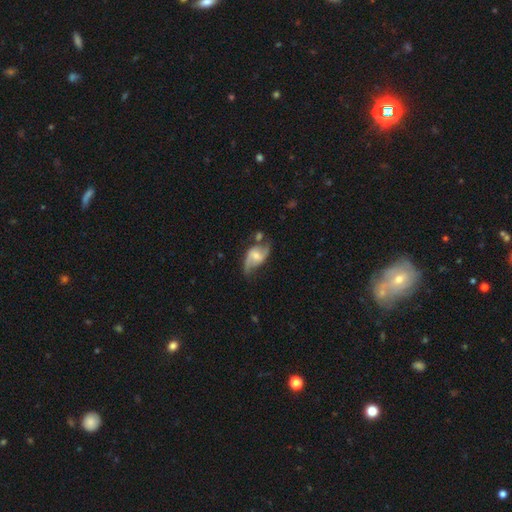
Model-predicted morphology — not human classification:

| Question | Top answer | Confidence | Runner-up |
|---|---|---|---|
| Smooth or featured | featured or disk | 73% | smooth (20%) |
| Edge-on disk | no | 96% | yes (4%) |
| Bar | no | 47% | weak (42%) |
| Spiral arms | yes | 90% | no (10%) |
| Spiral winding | loose | 61% | medium (31%) |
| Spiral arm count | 2 | 86% | 1 (6%) |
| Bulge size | moderate | 46% | small (40%) |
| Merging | none | 49% | minor disturbance (25%) |